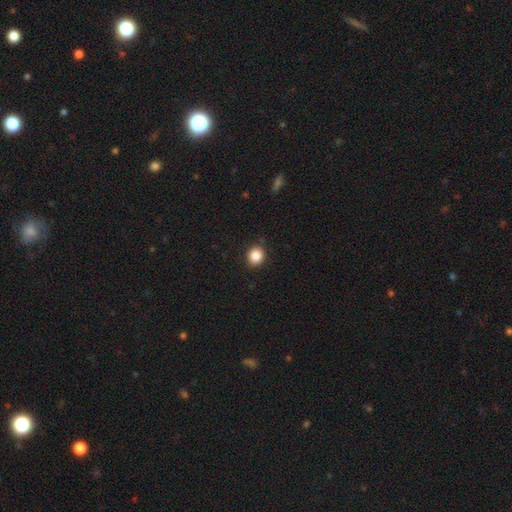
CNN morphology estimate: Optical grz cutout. It shows a smooth galaxy with no disk features (86%) that is round (81%). Merging: none (89%).